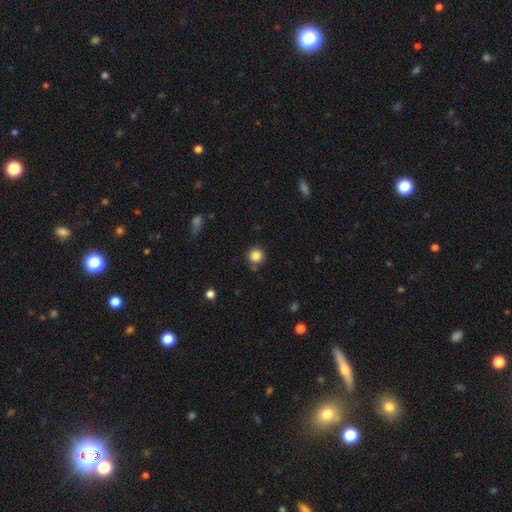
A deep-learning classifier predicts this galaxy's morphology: Smooth or featured? smooth (85%)
How rounded? round (94%)
Merging? none (80%)